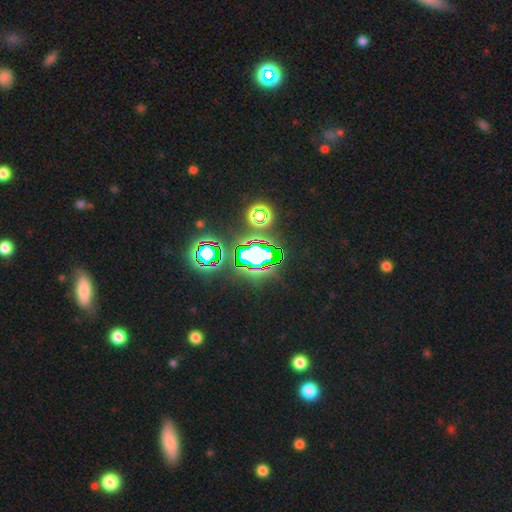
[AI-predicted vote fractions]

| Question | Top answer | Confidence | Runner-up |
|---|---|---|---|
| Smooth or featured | star or artifact | 70% | smooth (17%) |